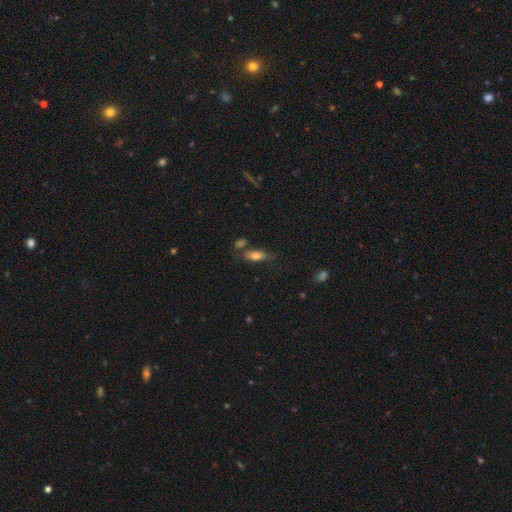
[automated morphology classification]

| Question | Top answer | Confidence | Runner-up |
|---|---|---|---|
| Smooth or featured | smooth | 74% | featured or disk (18%) |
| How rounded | in between | 74% | cigar-shaped (22%) |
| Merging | none | 61% | minor disturbance (19%) |